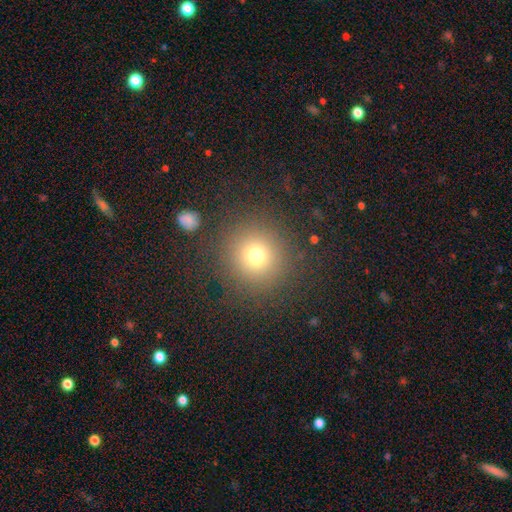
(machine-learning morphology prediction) type=smooth (73%); roundness=round (94%); merging=none (88%).